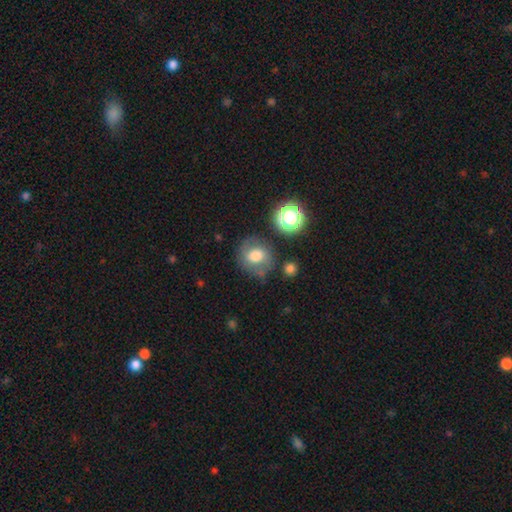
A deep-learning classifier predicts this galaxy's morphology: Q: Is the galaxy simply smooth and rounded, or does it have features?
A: smooth — 70%.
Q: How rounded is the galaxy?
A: round — 79%.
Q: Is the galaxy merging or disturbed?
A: none — 71%.